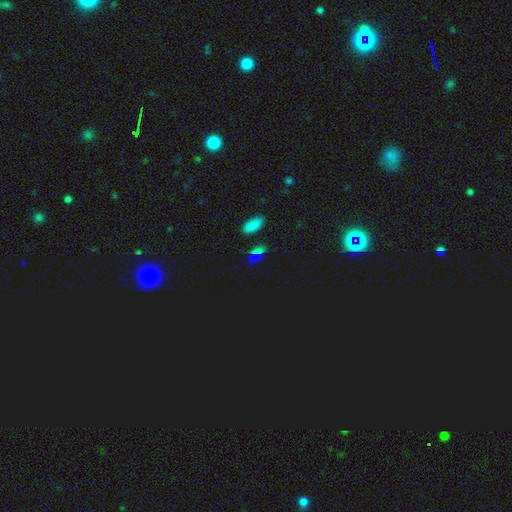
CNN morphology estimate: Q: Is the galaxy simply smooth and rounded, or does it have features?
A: smooth — 58%.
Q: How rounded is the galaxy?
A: in between — 77%.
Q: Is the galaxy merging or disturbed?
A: none — 81%.